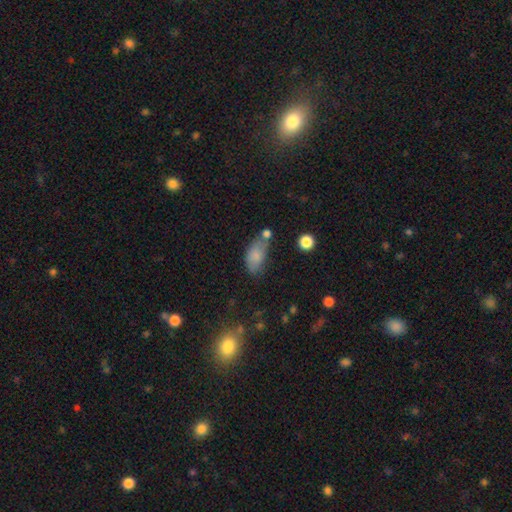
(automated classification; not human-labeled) Morphology: type=smooth (80%); roundness=in between (90%); merging=none (43%).